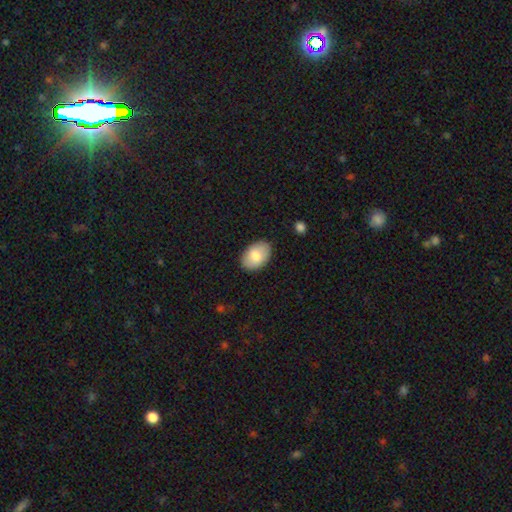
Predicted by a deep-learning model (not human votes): This is likely a smooth galaxy (77%). How rounded: clearly in between (87%). Merging: clearly none (86%).